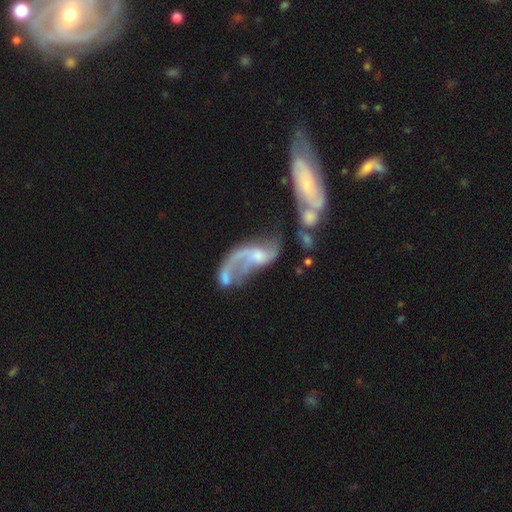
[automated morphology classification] This is likely a featured or disk galaxy (80%). It is clearly not viewed edge-on (94%). Bar: possibly no (58%). Spiral arm pattern: clearly yes (85%). Spiral arm count: likely 2 (66%). Spiral winding: likely loose (80%). Central bulge: marginally small (43%). Merging: possibly merger (54%).